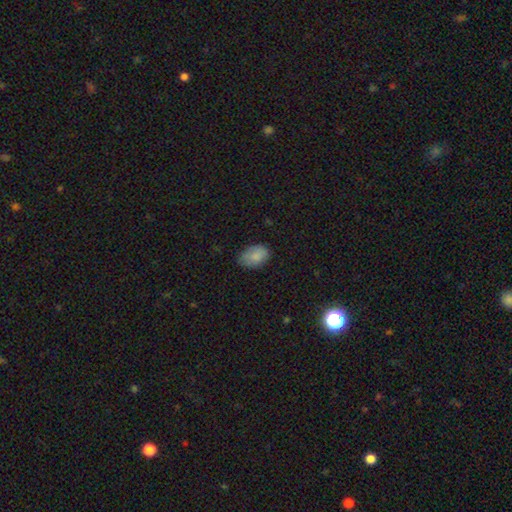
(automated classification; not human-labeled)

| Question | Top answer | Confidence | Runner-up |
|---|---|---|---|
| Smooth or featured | smooth | 84% | featured or disk (9%) |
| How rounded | in between | 86% | round (12%) |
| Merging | none | 70% | minor disturbance (24%) |